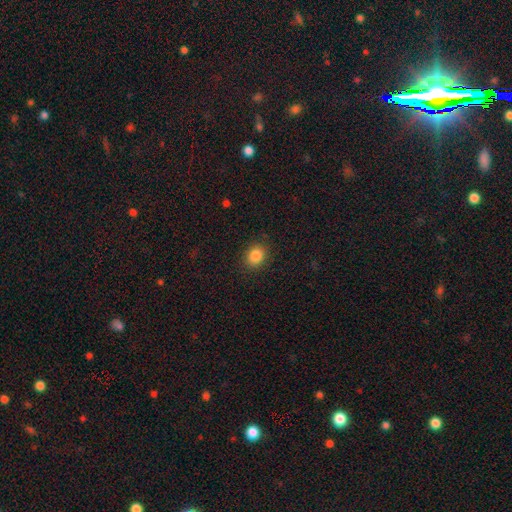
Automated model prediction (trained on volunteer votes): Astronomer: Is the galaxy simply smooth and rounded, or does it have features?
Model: smooth — 85%.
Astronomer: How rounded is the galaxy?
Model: round — 59% (runner-up: in between, 40%).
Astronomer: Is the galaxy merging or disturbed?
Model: none — 88%.